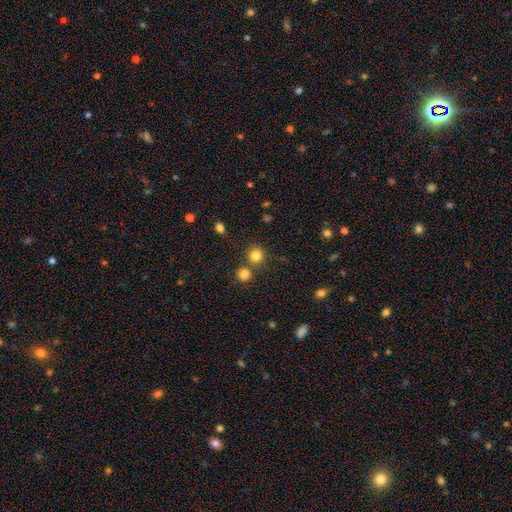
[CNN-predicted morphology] A smooth galaxy with no disk features (81%) that is round (91%). Merging: none (75%).